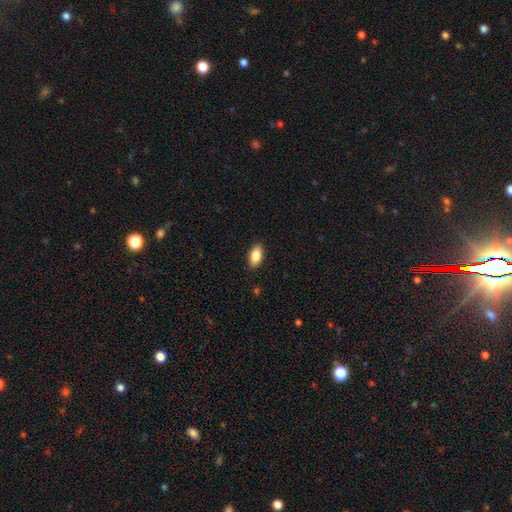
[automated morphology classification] Smooth or featured? Predicted: smooth (p=0.85). How rounded? Predicted: in between (p=0.90). Merging? Predicted: none (p=0.88).